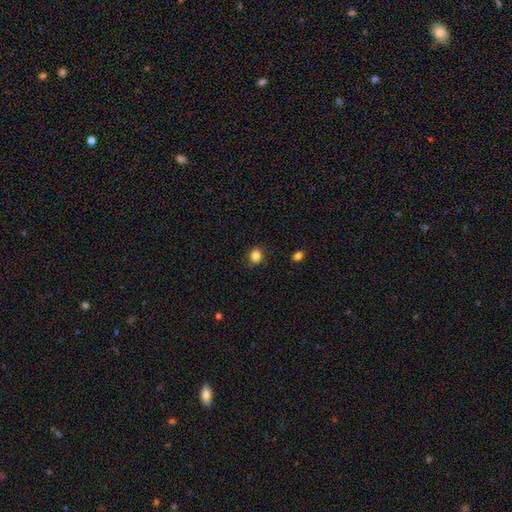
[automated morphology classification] type=smooth (84%); roundness=round (65%); merging=none (83%).